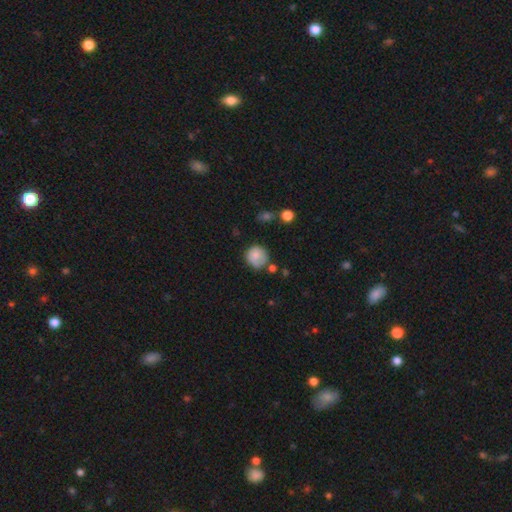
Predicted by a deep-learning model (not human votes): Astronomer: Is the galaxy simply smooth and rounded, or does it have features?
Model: smooth — 81%.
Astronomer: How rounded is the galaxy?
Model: round — 89%.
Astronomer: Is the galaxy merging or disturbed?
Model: none — 64%.